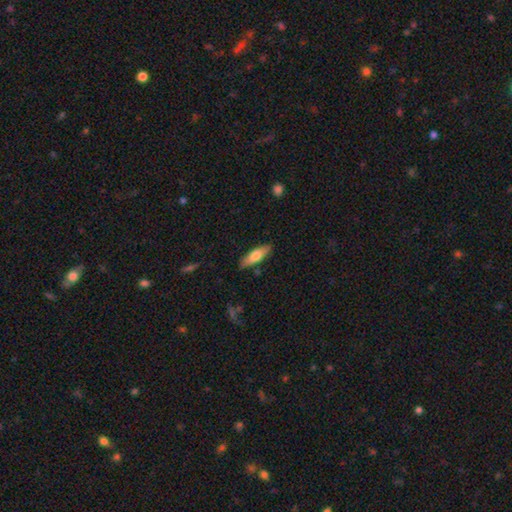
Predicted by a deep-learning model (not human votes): This is likely a smooth galaxy (67%). How rounded: possibly cigar-shaped (55%). Merging: clearly none (85%).